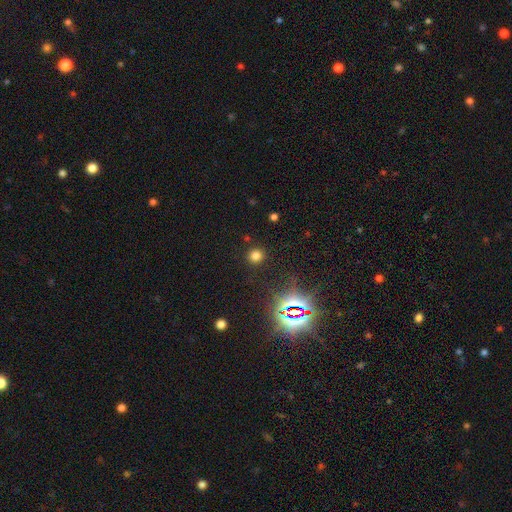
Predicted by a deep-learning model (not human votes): The model was most divided on "smooth or featured": smooth: 73%, star or artifact: 21%, featured or disk: 6%. More confident: how rounded — round (90%); merging — none (89%).